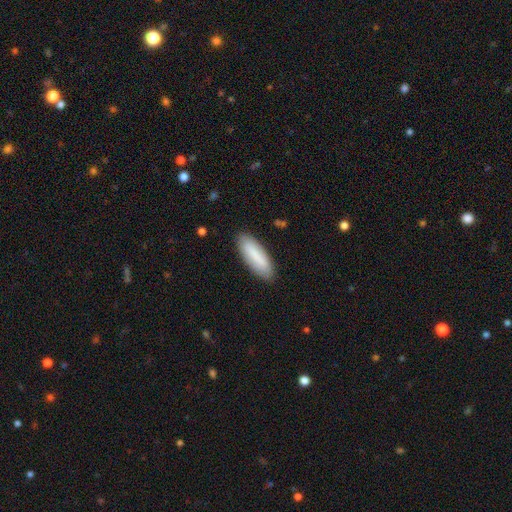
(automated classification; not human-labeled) This appears to be a smooth galaxy with no disk features (80%) that is in between round and cigar-shaped (53%). Merging: none (86%).